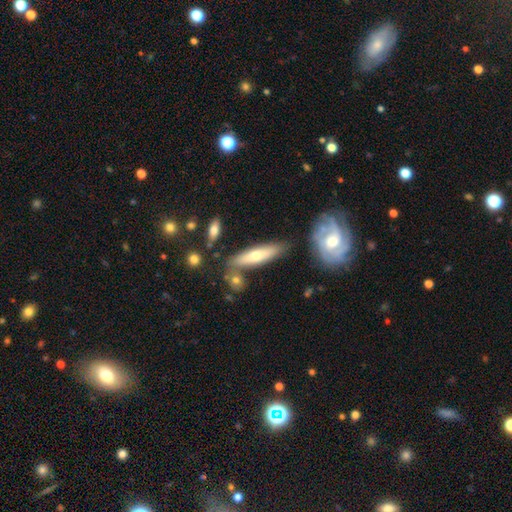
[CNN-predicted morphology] This is possibly a featured or disk galaxy (48%). Merging: likely none (75%).